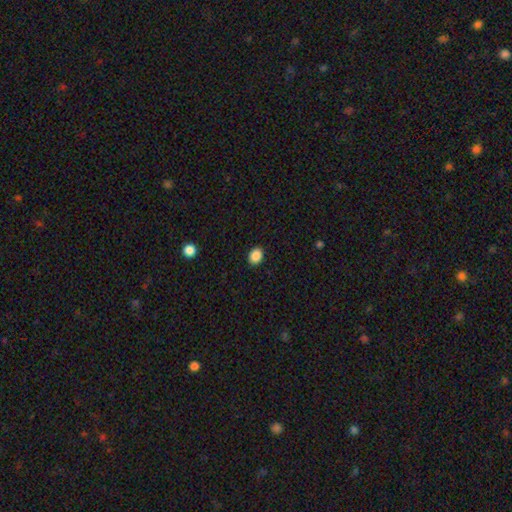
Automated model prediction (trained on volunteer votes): smooth-or-featured: smooth: 88% | star or artifact: 9% | featured or disk: 3%
  how-rounded: in between: 58% | round: 41% | cigar-shaped: 1%
  merging: none: 91% | minor disturbance: 7% | major disturbance: 2% | merger: 1%